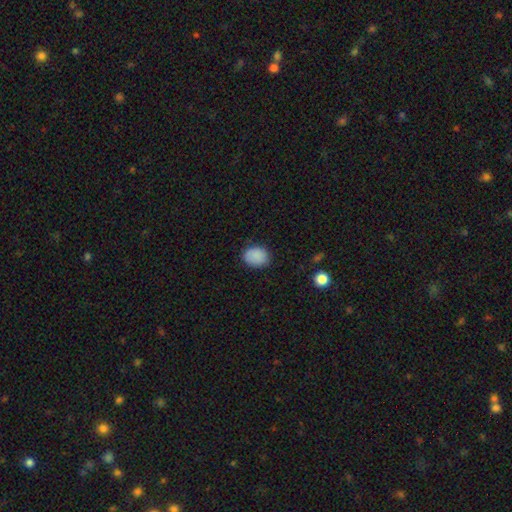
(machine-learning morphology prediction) Overall: smooth (88%). How rounded: in between (55%; round 44%). Merging: none (83%).